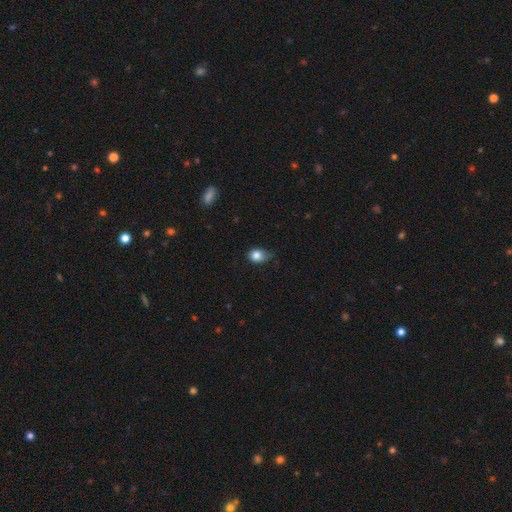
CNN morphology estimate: Q: Smooth or featured?
A: smooth (84%); runner-up: star or artifact (10%)
Q: How rounded?
A: in between (50%); runner-up: round (48%)
Q: Merging?
A: none (47%); runner-up: minor disturbance (42%)